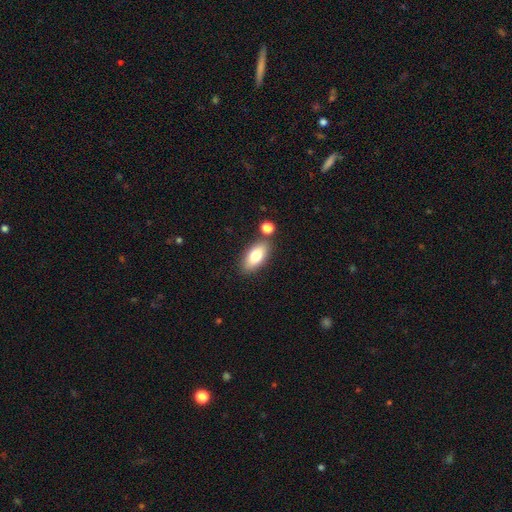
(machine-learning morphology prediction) smooth-or-featured: smooth: 77% | featured or disk: 16% | star or artifact: 7%
  how-rounded: in between: 88% | cigar-shaped: 8% | round: 4%
  merging: none: 77% | minor disturbance: 11% | merger: 10% | major disturbance: 3%